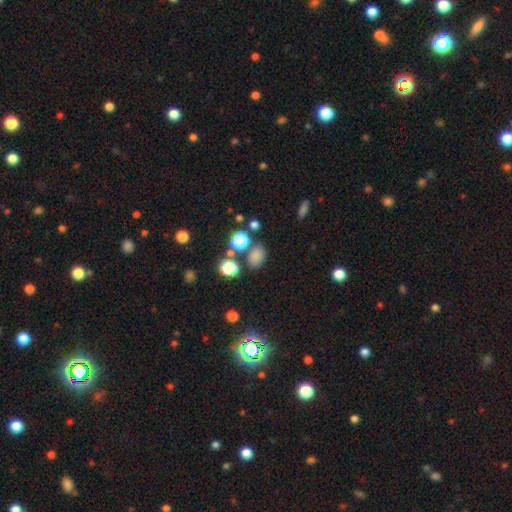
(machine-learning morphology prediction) The model was most divided on "how rounded": in between: 71%, round: 28%, cigar-shaped: 1%. More confident: smooth or featured — smooth (75%); merging — none (71%).